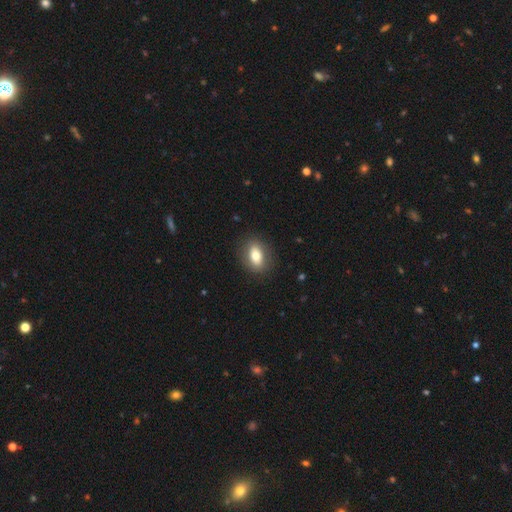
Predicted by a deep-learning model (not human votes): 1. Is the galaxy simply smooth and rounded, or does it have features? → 73% smooth, 20% featured or disk, 7% star or artifact.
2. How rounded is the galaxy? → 79% in between, 18% round, 3% cigar-shaped.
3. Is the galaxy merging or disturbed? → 86% none, 10% minor disturbance, 3% major disturbance, 1% merger.